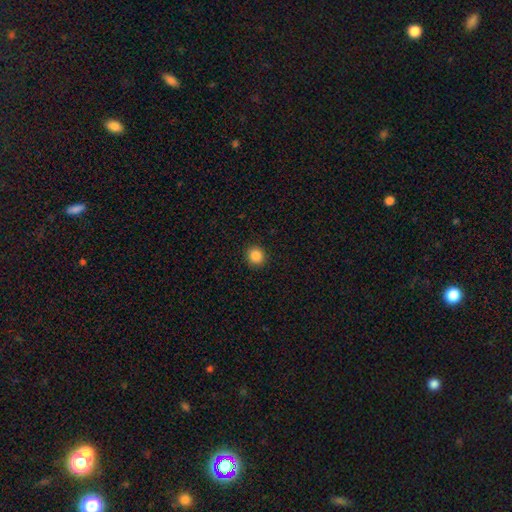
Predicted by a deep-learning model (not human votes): A smooth galaxy with no disk features (87%) that is round (91%). Merging: none (92%).